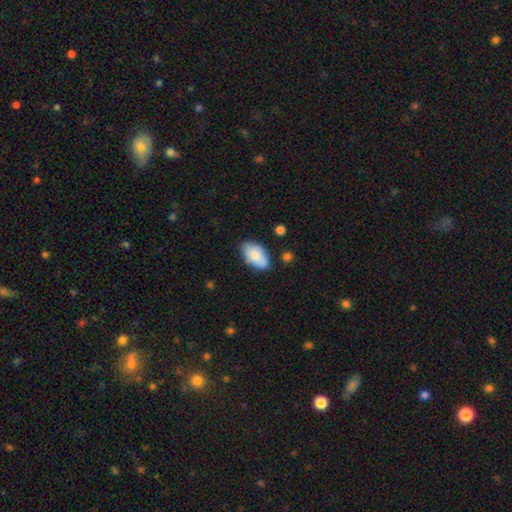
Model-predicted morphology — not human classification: Smooth or featured: smooth — 82% (featured or disk — 12%)
How rounded: in between — 94% (round — 4%)
Merging: none — 72% (minor disturbance — 20%)